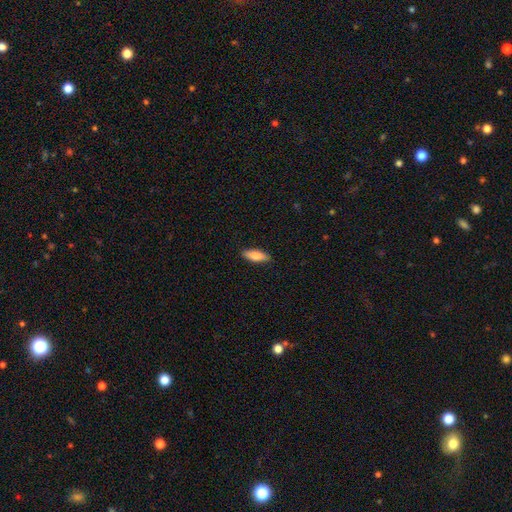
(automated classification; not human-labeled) Smooth or featured? Predicted: smooth (p=0.81). How rounded? Predicted: in between (p=0.62). Merging? Predicted: none (p=0.88).